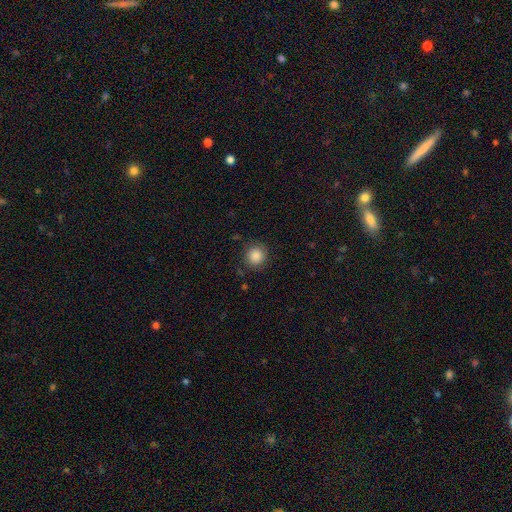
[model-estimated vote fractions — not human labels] Smooth or featured? Predicted: smooth (p=0.85). How rounded? Predicted: round (p=0.93). Merging? Predicted: none (p=0.85).